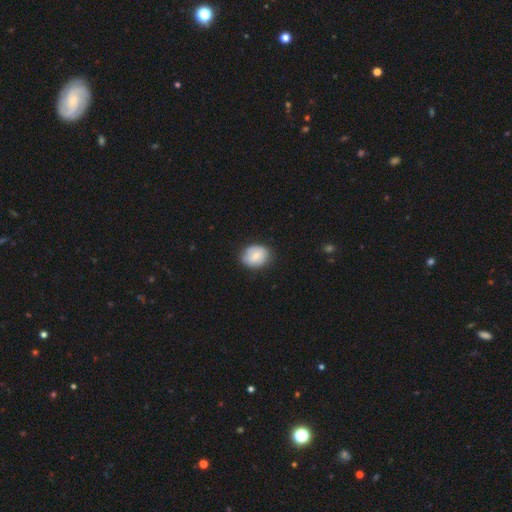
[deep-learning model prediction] Smooth or featured? Predicted: smooth (p=0.71). How rounded? Predicted: in between (p=0.55). Merging? Predicted: none (p=0.75).